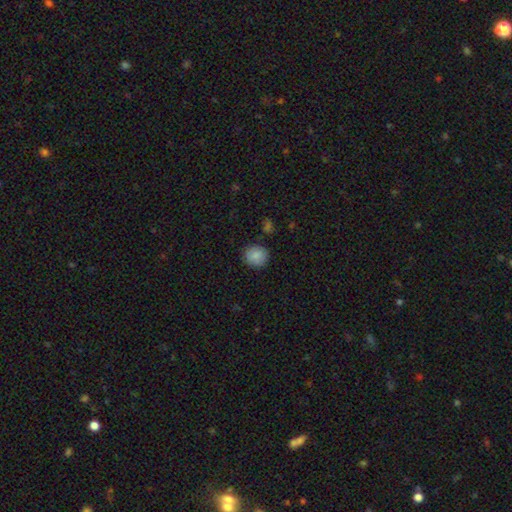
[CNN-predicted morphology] smooth-or-featured: smooth: 88% | star or artifact: 8% | featured or disk: 5%
  how-rounded: round: 86% | in between: 13% | cigar-shaped: 1%
  merging: none: 87% | minor disturbance: 9% | major disturbance: 2% | merger: 2%